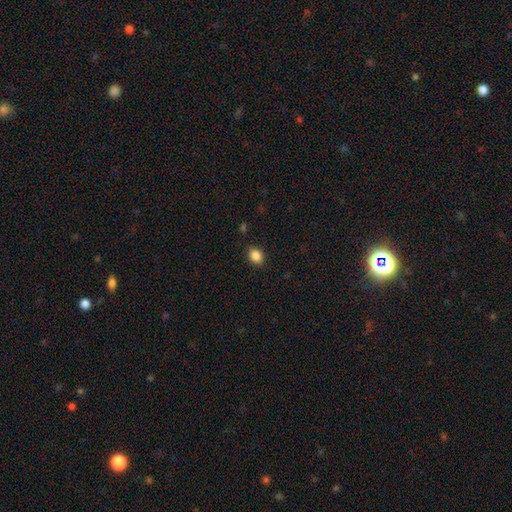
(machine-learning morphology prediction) Smooth or featured? Predicted: smooth (p=0.86). How rounded? Predicted: in between (p=0.56). Merging? Predicted: none (p=0.88).